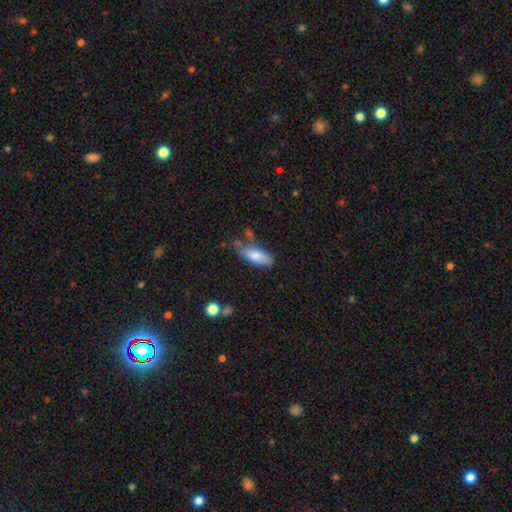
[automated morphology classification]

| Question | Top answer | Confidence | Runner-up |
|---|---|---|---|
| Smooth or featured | smooth | 78% | featured or disk (15%) |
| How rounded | in between | 74% | cigar-shaped (23%) |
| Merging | none | 47% | minor disturbance (31%) |